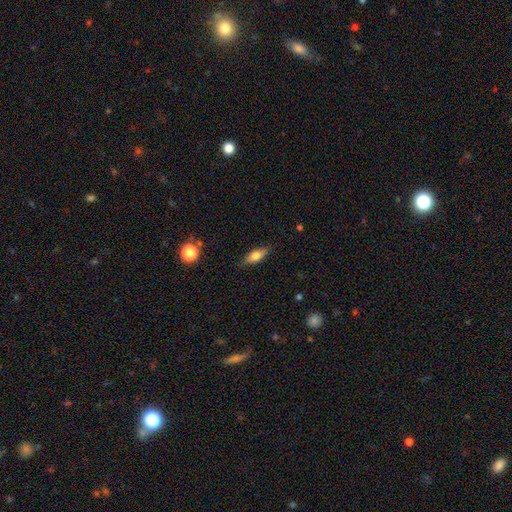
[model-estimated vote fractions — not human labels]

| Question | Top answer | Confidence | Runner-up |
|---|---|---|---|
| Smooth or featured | smooth | 64% | featured or disk (28%) |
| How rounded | in between | 65% | cigar-shaped (31%) |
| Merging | none | 81% | minor disturbance (14%) |